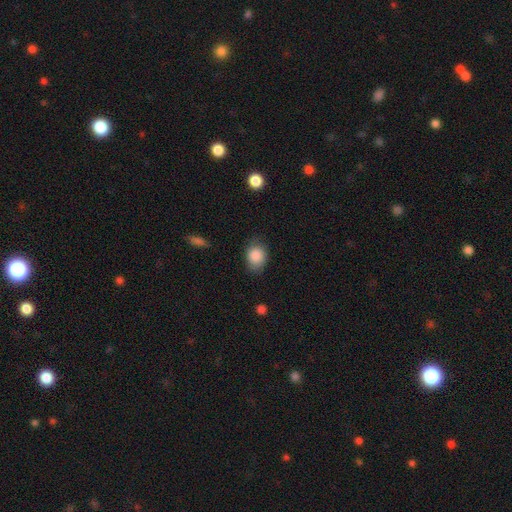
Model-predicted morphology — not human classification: A smooth galaxy with no disk features (87%) that is in between round and cigar-shaped (57%).

Vote fractions:
- Smooth or featured? smooth: 87% / star or artifact: 8% / featured or disk: 5%
- How rounded? in between: 57% / round: 42% / cigar-shaped: 1%
- Merging? none: 74% / minor disturbance: 20% / major disturbance: 5% / merger: 1%